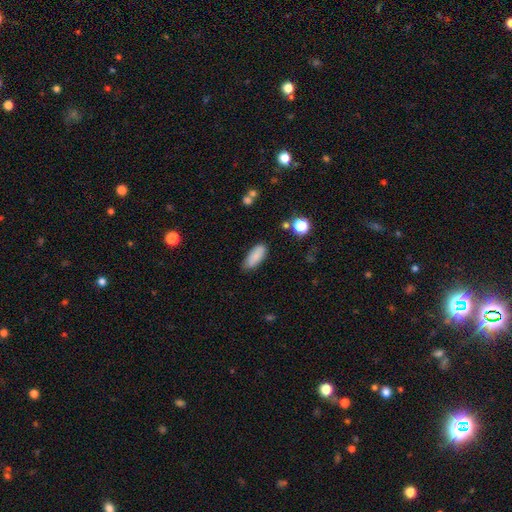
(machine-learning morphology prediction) Smooth or featured? smooth (87%)
How rounded? in between (78%)
Merging? none (80%)